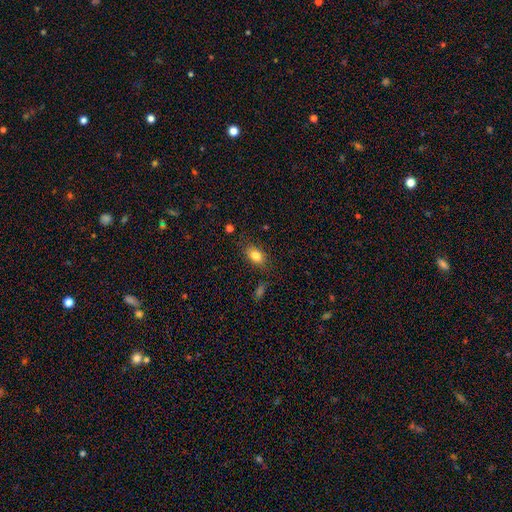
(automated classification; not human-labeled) smooth 83%, star or artifact 9%, featured or disk 9%. Down the decision tree: how rounded — in between (84%); merging — none (80%).